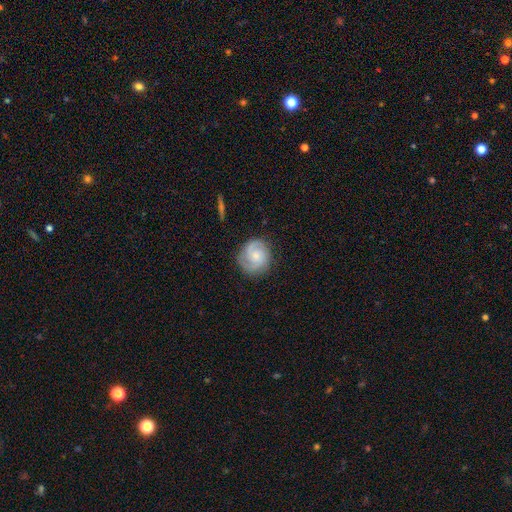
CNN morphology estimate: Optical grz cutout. It shows a featured or disk galaxy (74%) with no bar (66%), 2 (66%) tight (50%) spiral arms (96%) and a small central bulge (58%). Merging: none (81%).